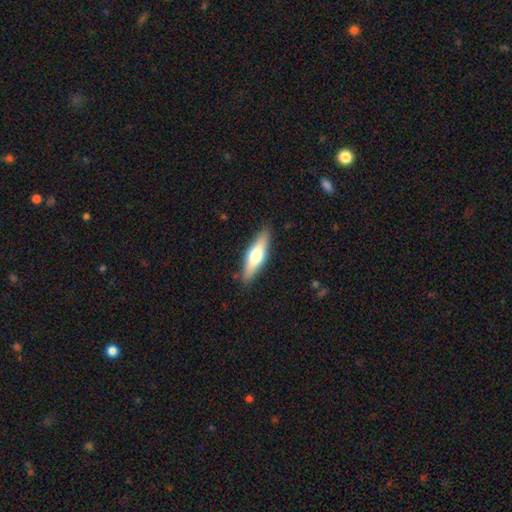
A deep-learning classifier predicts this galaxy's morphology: smooth 52%, featured or disk 42%, star or artifact 6%. Down the decision tree: how rounded — cigar-shaped (59%); merging — none (87%).